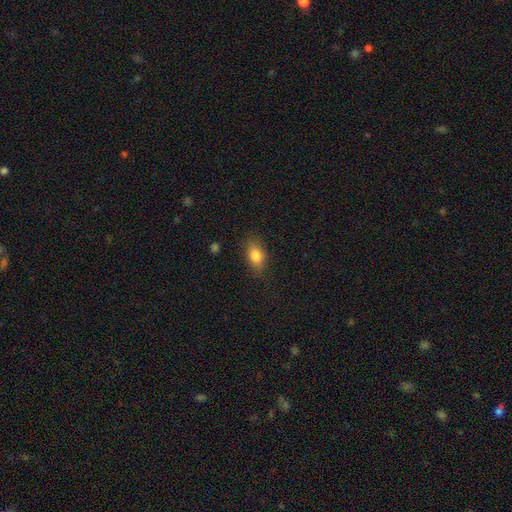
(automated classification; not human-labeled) Q: Smooth or featured?
A: smooth (82%); runner-up: featured or disk (9%)
Q: How rounded?
A: in between (84%); runner-up: round (11%)
Q: Merging?
A: none (81%); runner-up: minor disturbance (14%)